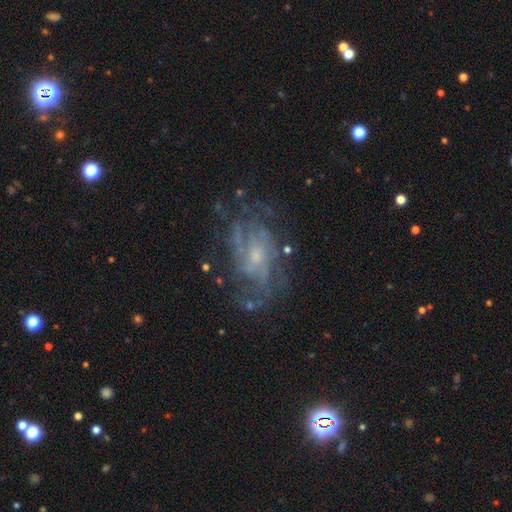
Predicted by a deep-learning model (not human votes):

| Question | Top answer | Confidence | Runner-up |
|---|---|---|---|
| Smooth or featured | featured or disk | 80% | smooth (11%) |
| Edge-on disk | no | 96% | yes (4%) |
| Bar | no | 63% | weak (32%) |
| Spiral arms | yes | 81% | no (19%) |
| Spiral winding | medium | 41% | tight (39%) |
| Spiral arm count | can't tell | 45% | 2 (18%) |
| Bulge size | small | 55% | moderate (31%) |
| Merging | none | 64% | minor disturbance (19%) |